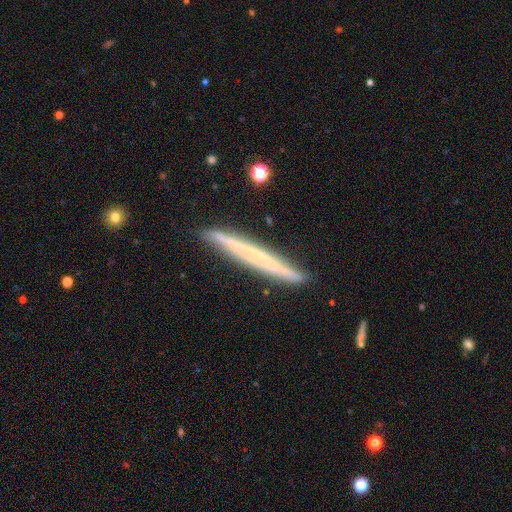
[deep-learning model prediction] This appears to be a featured or disk galaxy (57%) viewed edge-on (95%) with no central bulge (82%). Merging: none (87%).